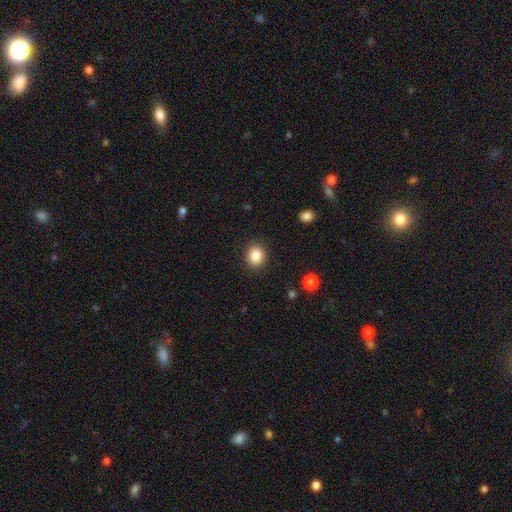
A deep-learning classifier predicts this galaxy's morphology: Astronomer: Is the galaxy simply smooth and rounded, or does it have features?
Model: smooth — 86%.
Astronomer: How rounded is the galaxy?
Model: round — 71%.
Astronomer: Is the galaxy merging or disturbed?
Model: none — 90%.